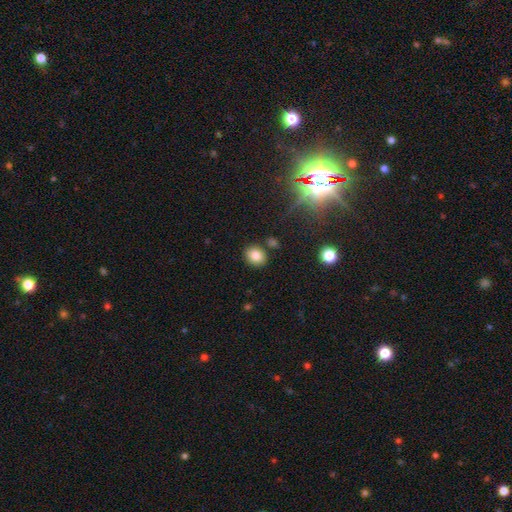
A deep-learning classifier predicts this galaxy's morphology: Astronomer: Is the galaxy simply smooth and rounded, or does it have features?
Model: smooth — 82%.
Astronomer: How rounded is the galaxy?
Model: round — 63%.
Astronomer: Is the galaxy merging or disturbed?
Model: none — 83%.